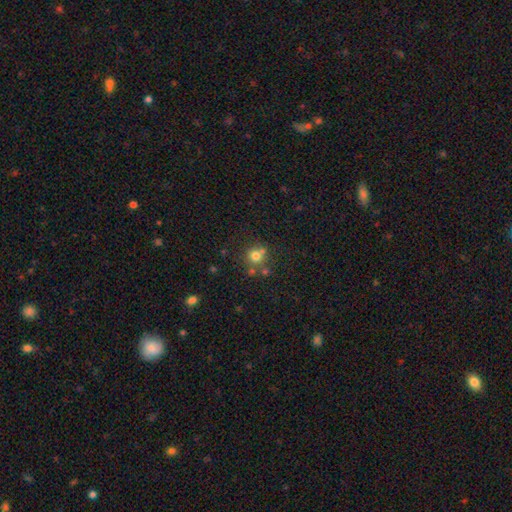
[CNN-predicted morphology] Overall: smooth (71%). How rounded: round (89%). Merging: none (61%; merger 23%).